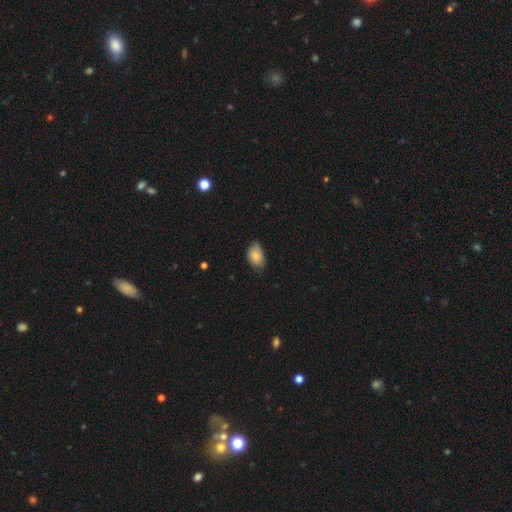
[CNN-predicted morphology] A smooth galaxy with no disk features (81%) that is in between round and cigar-shaped (88%).

Vote fractions:
- Smooth or featured? smooth: 81% / featured or disk: 11% / star or artifact: 7%
- How rounded? in between: 88% / round: 10% / cigar-shaped: 1%
- Merging? none: 55% / minor disturbance: 37% / major disturbance: 6% / merger: 1%